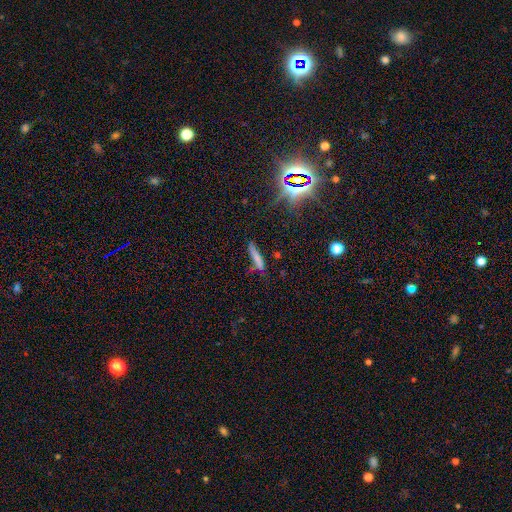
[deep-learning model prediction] smooth_or_featured: smooth (p=0.63) [alt: star or artifact p=0.19]
how_rounded: cigar-shaped (p=0.88) [alt: in between p=0.10]
merging: none (p=0.70) [alt: minor disturbance p=0.19]